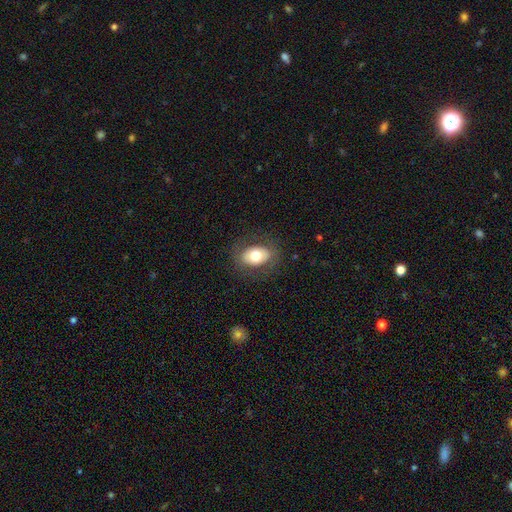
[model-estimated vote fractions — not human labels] smooth-or-featured: smooth: 70% | featured or disk: 22% | star or artifact: 8%
  how-rounded: in between: 76% | round: 23% | cigar-shaped: 1%
  merging: none: 81% | minor disturbance: 12% | major disturbance: 6% | merger: 1%